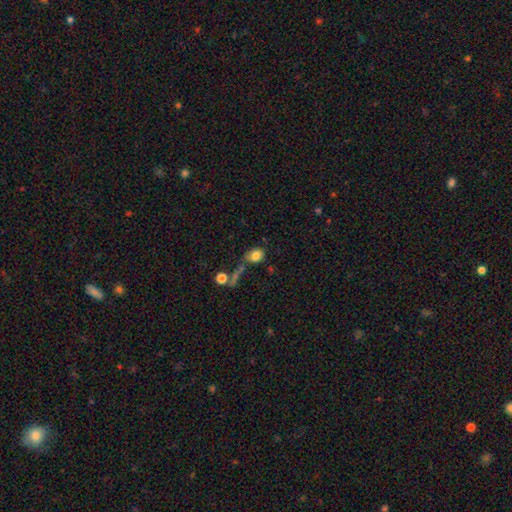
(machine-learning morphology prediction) Smooth or featured?
  - smooth: 79% *
  - featured or disk: 10%
  - star or artifact: 10%
How rounded?
  - in between: 65% *
  - round: 32%
  - cigar-shaped: 2%
Merging?
  - none: 42% *
  - merger: 23%
  - minor disturbance: 18%
  - major disturbance: 17%